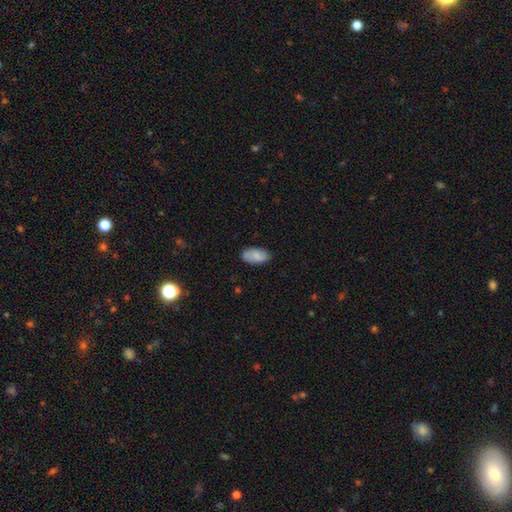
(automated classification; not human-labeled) A smooth galaxy with no disk features (81%) that is in between round and cigar-shaped (94%). Merging: none (81%).